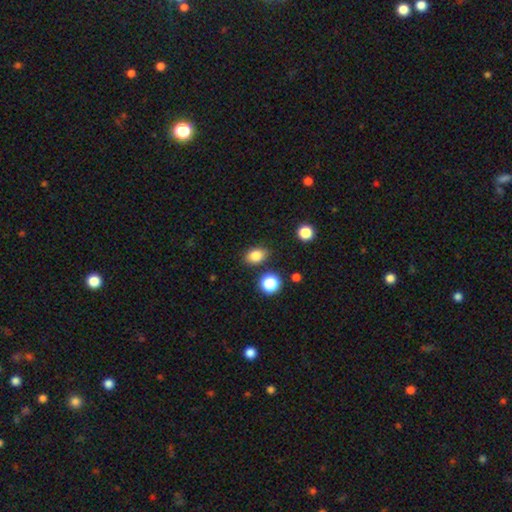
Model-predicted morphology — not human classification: This is clearly a smooth galaxy (83%). How rounded: likely in between (67%). Merging: clearly none (83%).